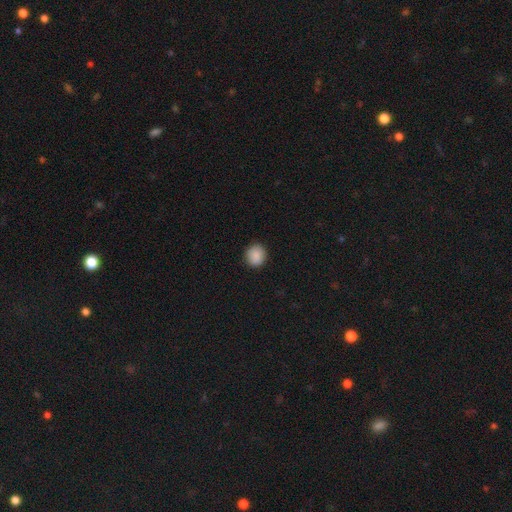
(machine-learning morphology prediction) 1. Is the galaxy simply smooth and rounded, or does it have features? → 89% smooth, 8% star or artifact, 3% featured or disk.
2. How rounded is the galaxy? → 85% round, 14% in between, 1% cigar-shaped.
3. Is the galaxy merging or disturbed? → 89% none, 8% minor disturbance, 2% major disturbance, 1% merger.